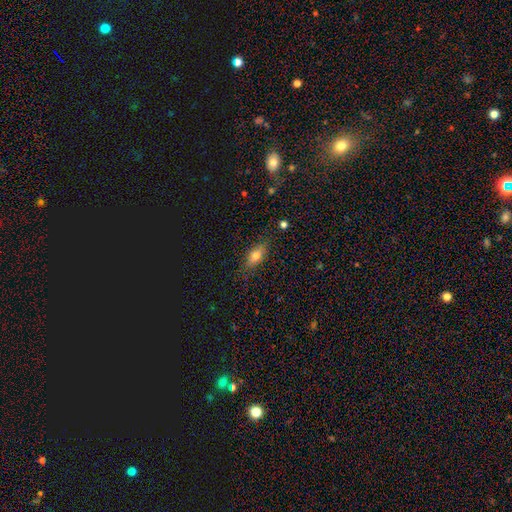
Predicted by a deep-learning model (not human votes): A smooth galaxy with no disk features (70%) that is in between round and cigar-shaped (73%).

Vote fractions:
- Smooth or featured? smooth: 70% / featured or disk: 21% / star or artifact: 9%
- How rounded? in between: 73% / cigar-shaped: 21% / round: 6%
- Merging? none: 79% / minor disturbance: 16% / major disturbance: 4% / merger: 1%